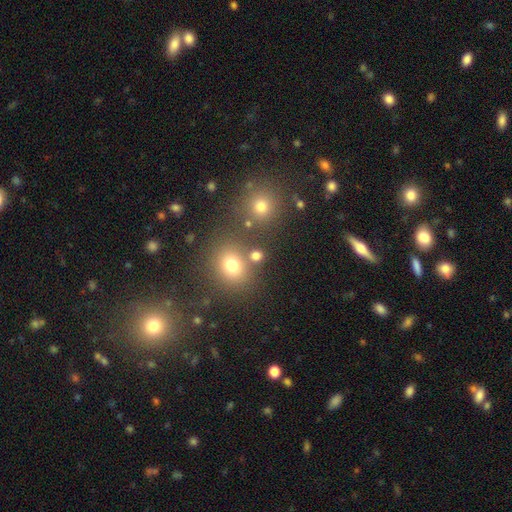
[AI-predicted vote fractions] Smooth or featured? smooth (73%)
How rounded? round (77%)
Merging? none (71%)